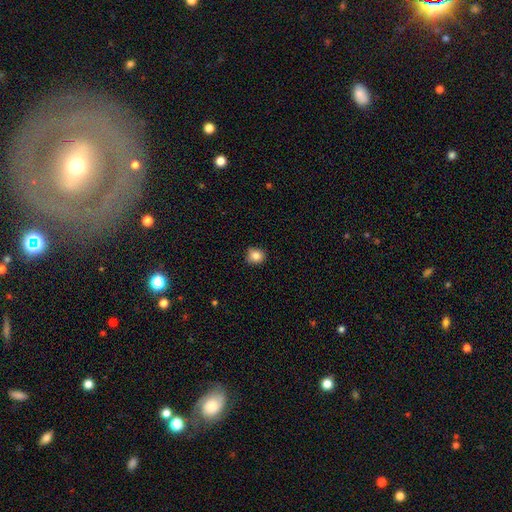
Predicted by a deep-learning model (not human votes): Overall: smooth (83%). How rounded: round (83%). Merging: none (79%).